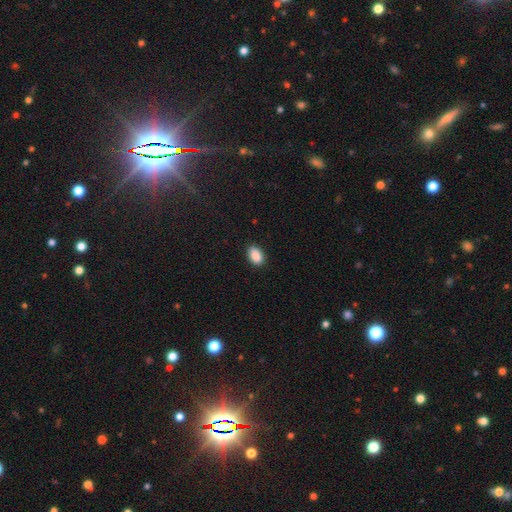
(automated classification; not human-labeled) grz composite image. It shows a smooth galaxy with no disk features (89%) that is in between round and cigar-shaped (89%). Merging: none (88%).